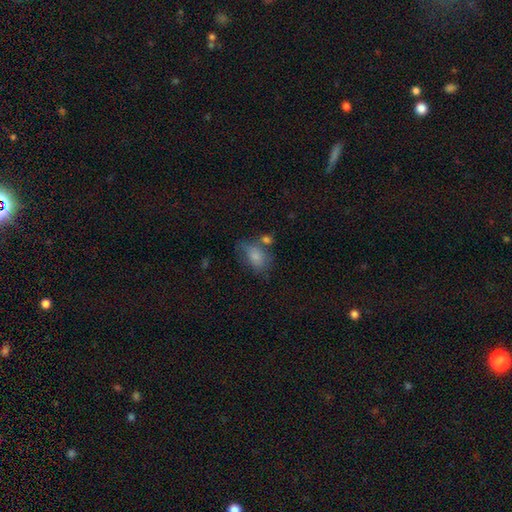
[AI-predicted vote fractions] smooth_or_featured: smooth (p=0.78) [alt: featured or disk p=0.13]
how_rounded: in between (p=0.82) [alt: round p=0.16]
merging: none (p=0.45) [alt: minor disturbance p=0.24]